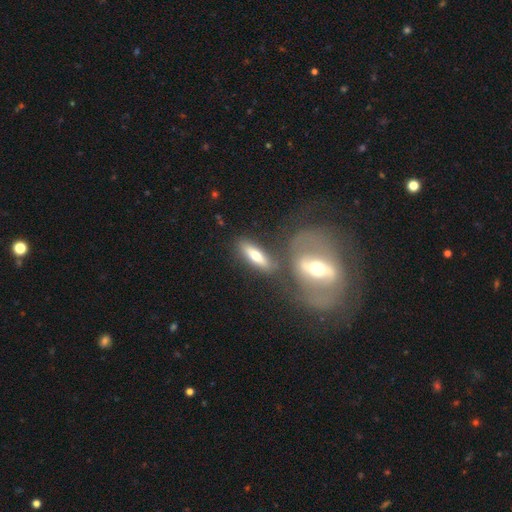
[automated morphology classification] Overall: smooth (56%; featured or disk 37%). How rounded: cigar-shaped (50%; in between 46%). Merging: none (65%).